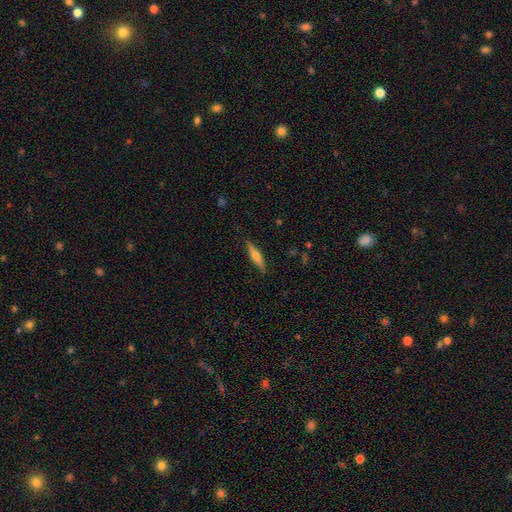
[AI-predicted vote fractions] This is possibly a smooth galaxy (51%). How rounded: clearly cigar-shaped (81%). Merging: clearly none (87%).